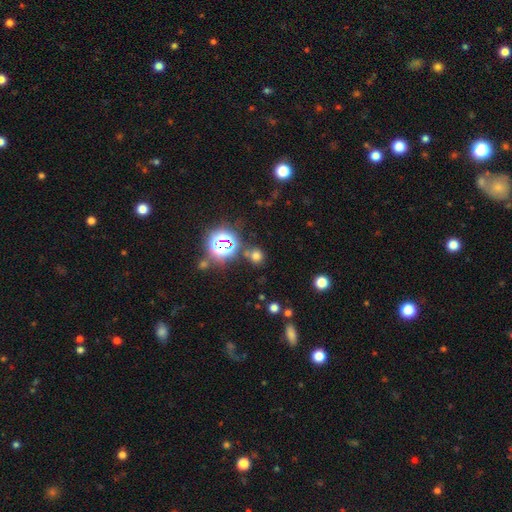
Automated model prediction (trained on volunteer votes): A smooth galaxy with no disk features (61%) that is round (81%).

Vote fractions:
- Smooth or featured? smooth: 61% / star or artifact: 33% / featured or disk: 7%
- How rounded? round: 81% / in between: 18% / cigar-shaped: 1%
- Merging? none: 77% / minor disturbance: 11% / merger: 8% / major disturbance: 4%